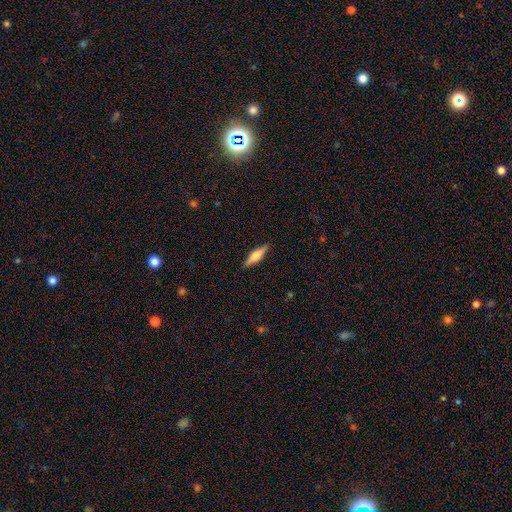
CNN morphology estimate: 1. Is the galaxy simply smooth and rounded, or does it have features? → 56% featured or disk, 38% smooth, 6% star or artifact.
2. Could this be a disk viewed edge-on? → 96% yes, 4% no.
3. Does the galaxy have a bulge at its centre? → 88% rounded, 9% boxy, 3% none.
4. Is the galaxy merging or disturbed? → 90% none, 8% minor disturbance, 2% major disturbance, 1% merger.